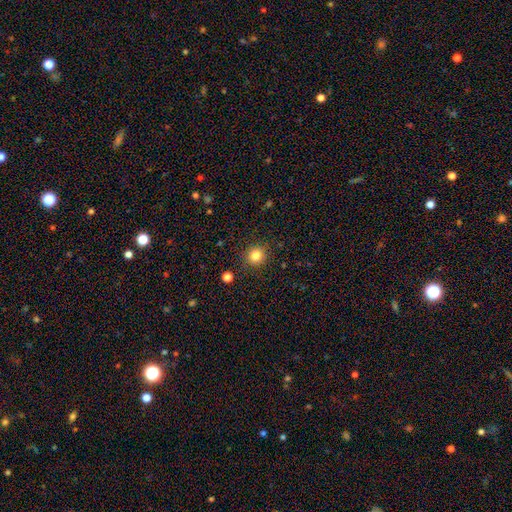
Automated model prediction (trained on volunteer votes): The model was most divided on "smooth or featured": smooth: 82%, star or artifact: 12%, featured or disk: 6%. More confident: how rounded — round (90%); merging — none (90%).